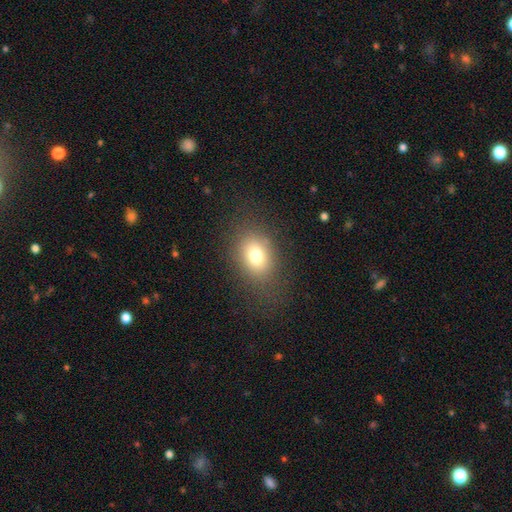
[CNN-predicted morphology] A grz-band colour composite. It shows a smooth galaxy with no disk features (75%) that is in between round and cigar-shaped (62%). Merging: none (78%).